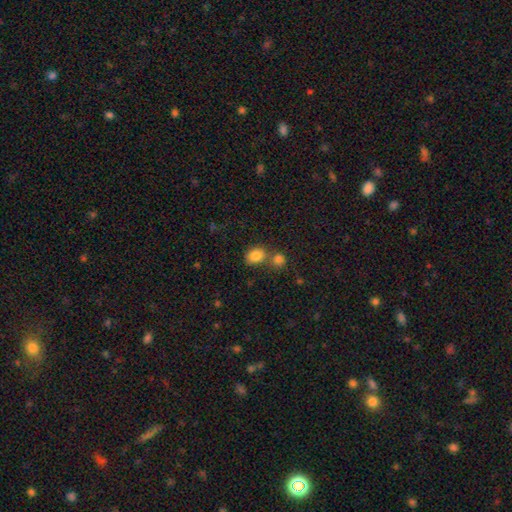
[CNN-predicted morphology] smooth-or-featured: smooth: 83% | star or artifact: 10% | featured or disk: 7%
  how-rounded: round: 51% | in between: 48% | cigar-shaped: 1%
  merging: none: 57% | merger: 29% | minor disturbance: 11% | major disturbance: 4%